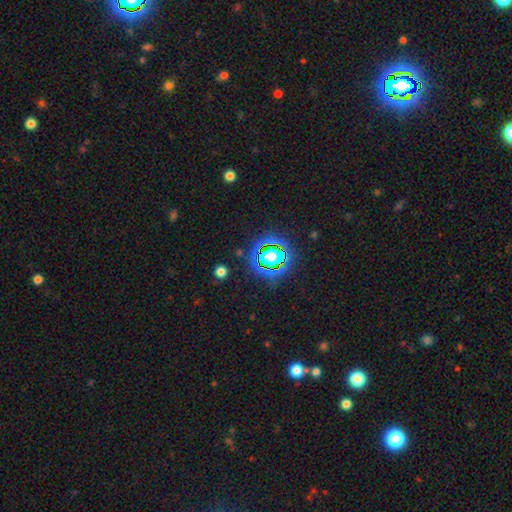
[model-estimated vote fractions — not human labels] This appears to be a star or artifact, not a galaxy (82%).